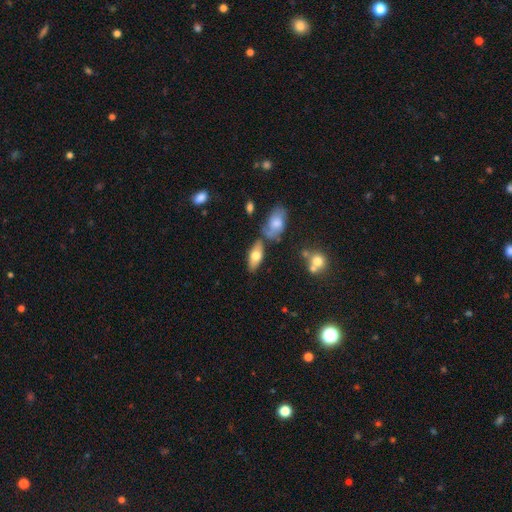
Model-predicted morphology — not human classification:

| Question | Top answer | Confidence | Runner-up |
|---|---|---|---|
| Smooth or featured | smooth | 65% | featured or disk (28%) |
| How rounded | in between | 79% | cigar-shaped (18%) |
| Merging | none | 72% | minor disturbance (14%) |